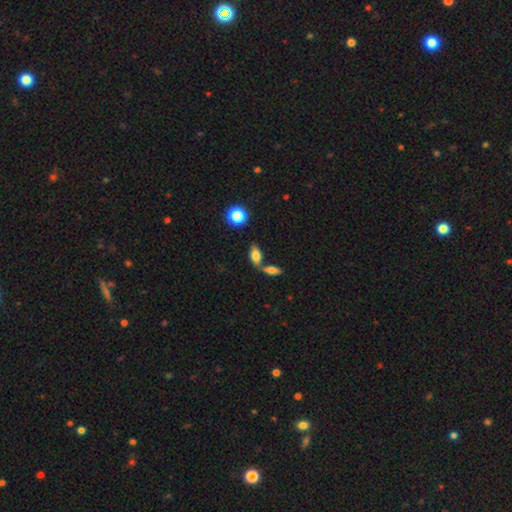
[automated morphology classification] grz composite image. It shows a smooth galaxy with no disk features (70%) that is in between round and cigar-shaped (81%). Merging: none (55%).